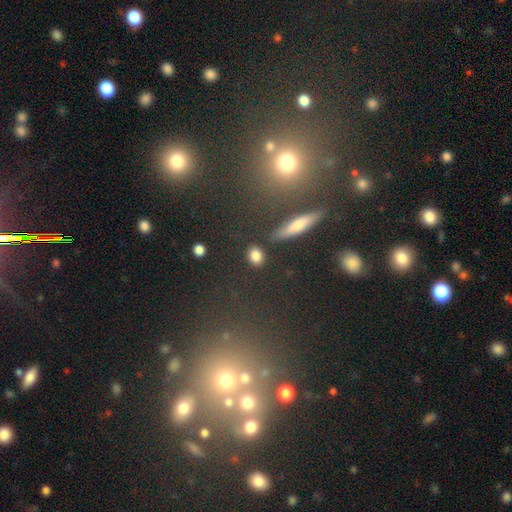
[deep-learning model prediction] Smooth or featured? Predicted: smooth (p=0.84). How rounded? Predicted: in between (p=0.52). Merging? Predicted: none (p=0.83).